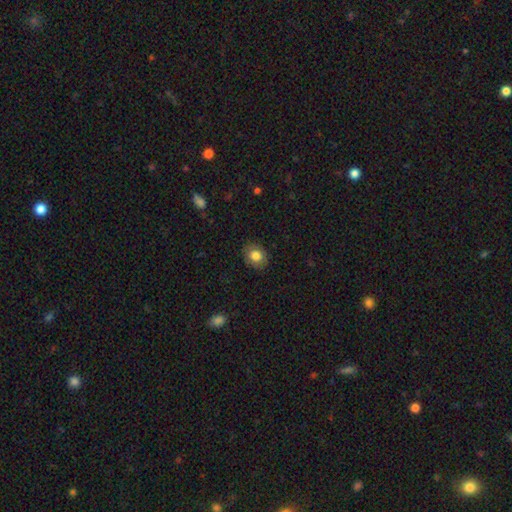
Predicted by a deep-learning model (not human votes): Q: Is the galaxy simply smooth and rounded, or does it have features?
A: smooth — 81%.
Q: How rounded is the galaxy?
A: round — 54%.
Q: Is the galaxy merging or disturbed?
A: none — 87%.